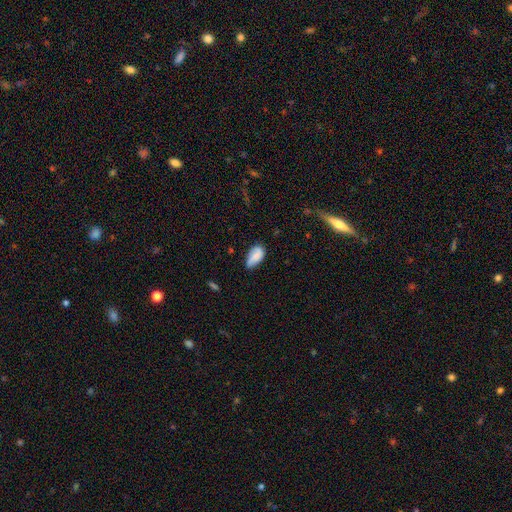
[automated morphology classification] Smooth or featured? Predicted: smooth (p=0.82). How rounded? Predicted: in between (p=0.93). Merging? Predicted: none (p=0.50).